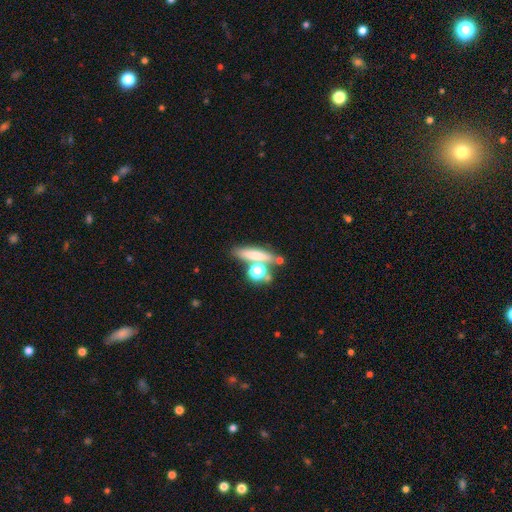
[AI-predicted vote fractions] Smooth or featured? Predicted: smooth (p=0.68). How rounded? Predicted: cigar-shaped (p=0.50). Merging? Predicted: none (p=0.60).